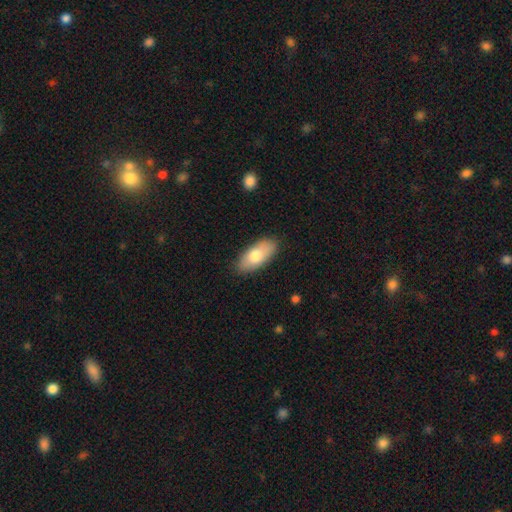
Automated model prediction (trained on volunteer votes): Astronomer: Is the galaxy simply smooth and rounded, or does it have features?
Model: smooth — 74%.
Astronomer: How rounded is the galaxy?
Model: in between — 87%.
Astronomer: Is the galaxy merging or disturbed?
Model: none — 85%.